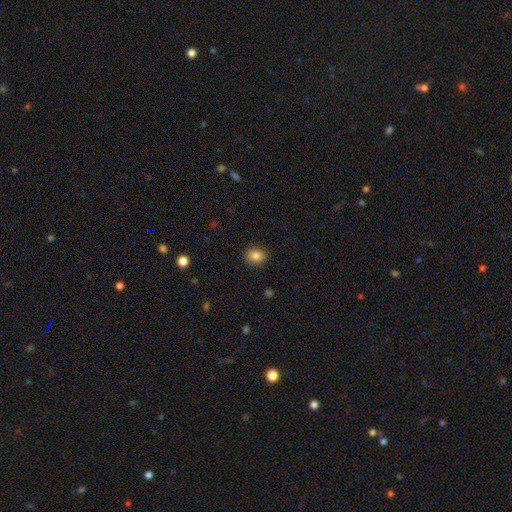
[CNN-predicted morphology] Smooth or featured? Predicted: smooth (p=0.84). How rounded? Predicted: round (p=0.69). Merging? Predicted: none (p=0.90).